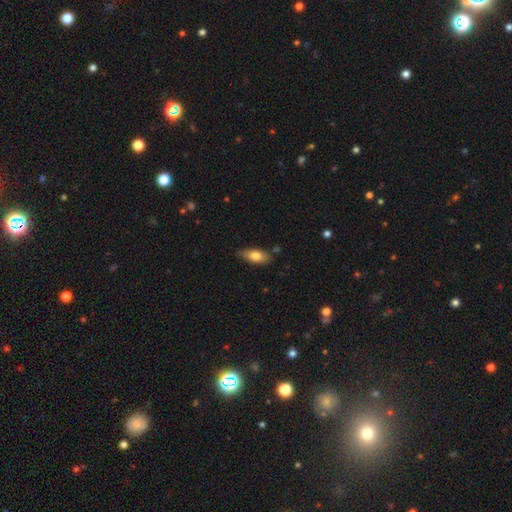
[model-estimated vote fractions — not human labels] Overall: smooth (75%). How rounded: in between (80%). Merging: none (75%).